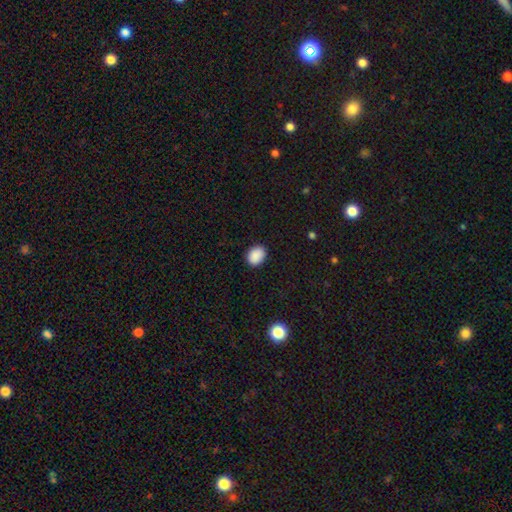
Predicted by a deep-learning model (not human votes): Smooth or featured? smooth (89%)
How rounded? in between (55%)
Merging? none (88%)